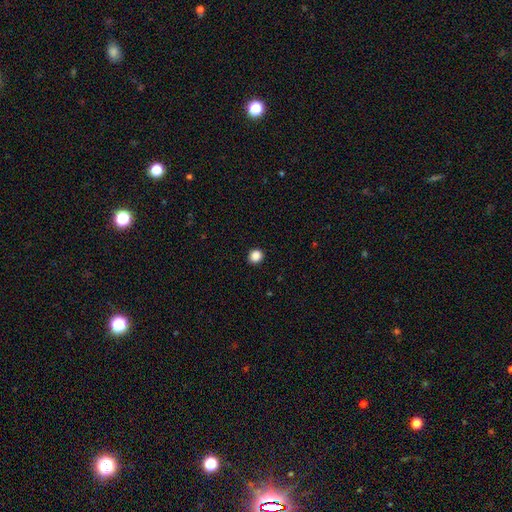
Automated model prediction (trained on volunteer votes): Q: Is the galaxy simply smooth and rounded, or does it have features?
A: smooth — 87%.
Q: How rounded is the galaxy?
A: round — 86%.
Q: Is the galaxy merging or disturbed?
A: none — 92%.